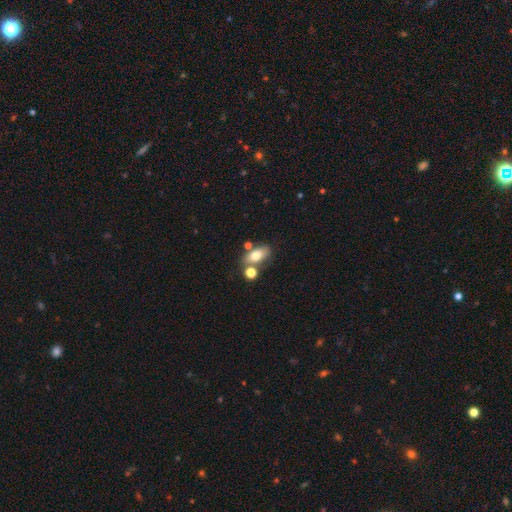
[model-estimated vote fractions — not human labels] smooth 72%, featured or disk 19%, star or artifact 9%. Down the decision tree: how rounded — in between (84%); merging — none (59%).